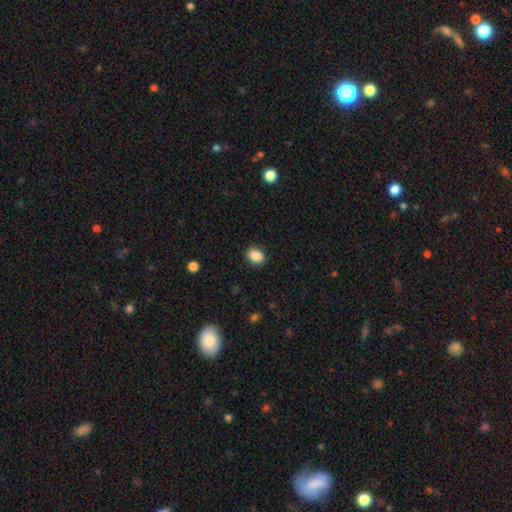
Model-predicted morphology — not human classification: This is clearly a smooth galaxy (88%). How rounded: possibly in between (56%). Merging: clearly none (89%).